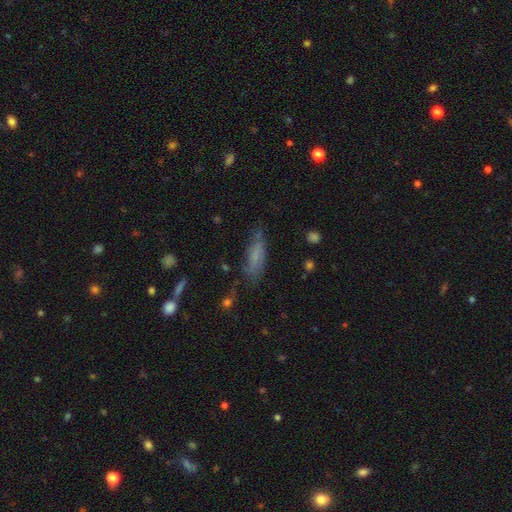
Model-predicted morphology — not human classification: A smooth galaxy with no disk features (61%) that is in between round and cigar-shaped (57%). Merging: none (59%).